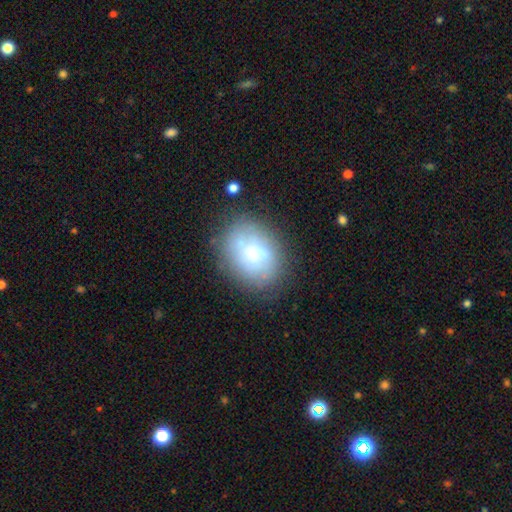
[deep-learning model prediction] This is possibly a smooth galaxy (59%). How rounded: likely in between (61%). Merging: likely none (71%).